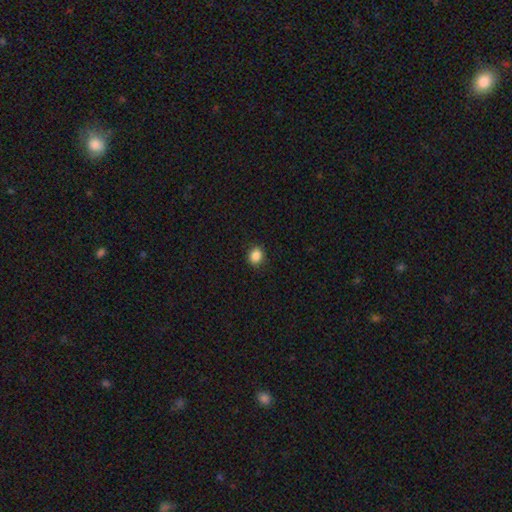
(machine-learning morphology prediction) This appears to be a smooth galaxy with no disk features (87%) that is round (72%). Merging: none (89%).